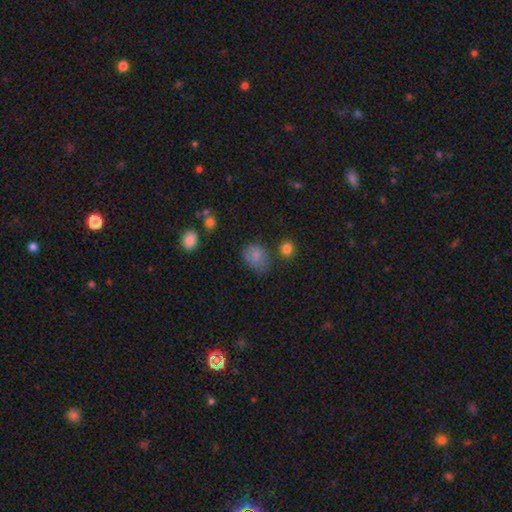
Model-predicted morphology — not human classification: Q: Smooth or featured?
A: smooth (79%); runner-up: star or artifact (12%)
Q: How rounded?
A: in between (56%); runner-up: round (43%)
Q: Merging?
A: none (52%); runner-up: minor disturbance (30%)